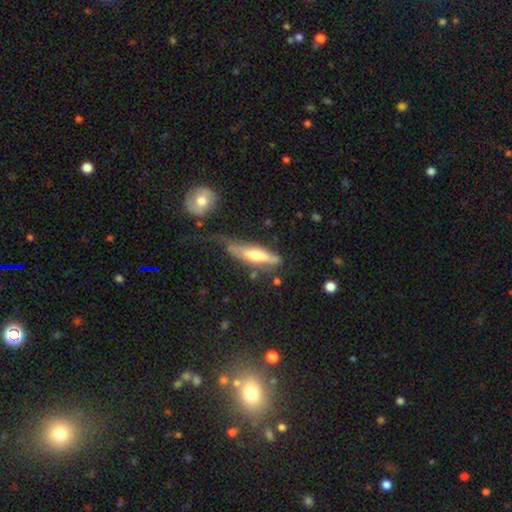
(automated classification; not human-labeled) Smooth or featured? Predicted: smooth (p=0.47, tied with featured or disk). Merging? Predicted: none (p=0.36).